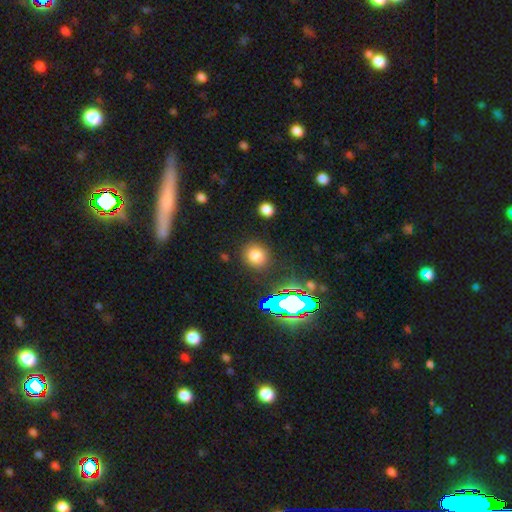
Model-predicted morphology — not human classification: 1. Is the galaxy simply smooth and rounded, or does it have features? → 75% smooth, 18% star or artifact, 7% featured or disk.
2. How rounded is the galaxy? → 79% round, 19% in between, 1% cigar-shaped.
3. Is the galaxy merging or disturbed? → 87% none, 8% minor disturbance, 3% major disturbance, 2% merger.